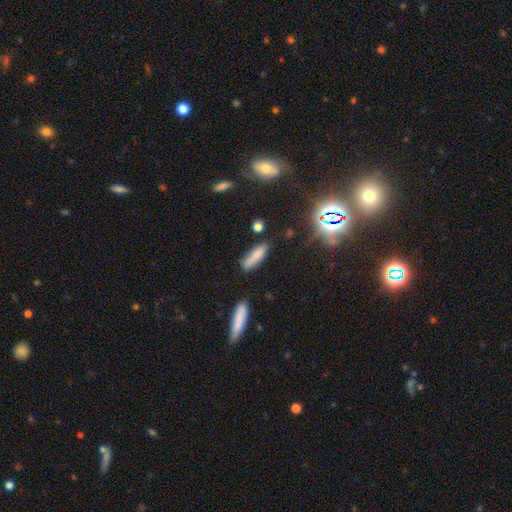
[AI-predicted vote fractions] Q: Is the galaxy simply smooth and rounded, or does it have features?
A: smooth — 79%.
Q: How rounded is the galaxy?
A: cigar-shaped — 60%.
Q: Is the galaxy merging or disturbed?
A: none — 70%.